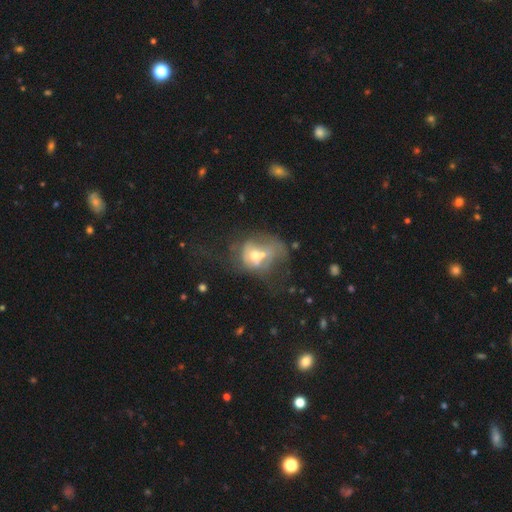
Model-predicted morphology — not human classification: This appears to be a featured or disk galaxy (48%). Merging: merger (37%).